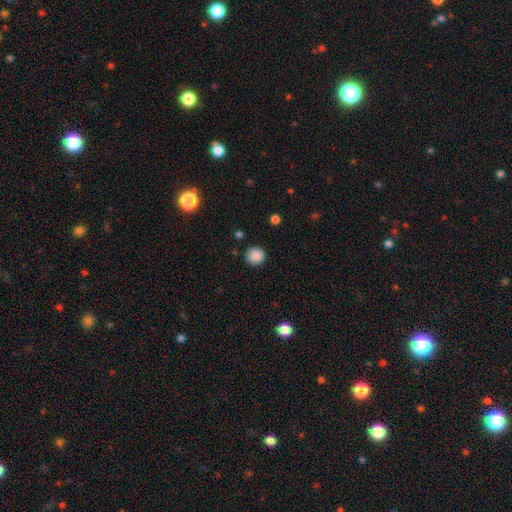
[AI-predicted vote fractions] Smooth or featured? smooth (88%)
How rounded? round (93%)
Merging? none (89%)